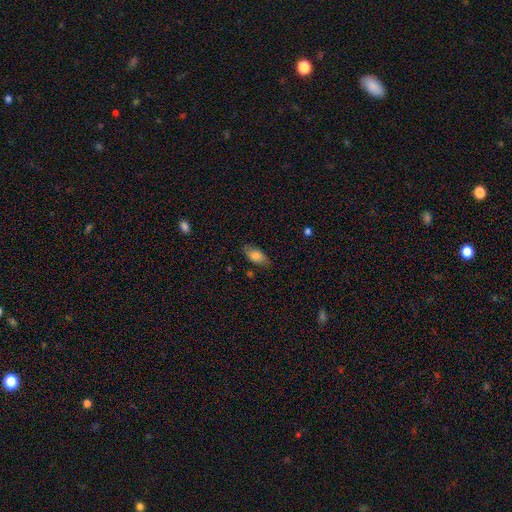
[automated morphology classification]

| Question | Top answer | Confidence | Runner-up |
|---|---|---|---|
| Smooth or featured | smooth | 78% | featured or disk (15%) |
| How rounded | in between | 89% | cigar-shaped (7%) |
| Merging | none | 79% | minor disturbance (16%) |